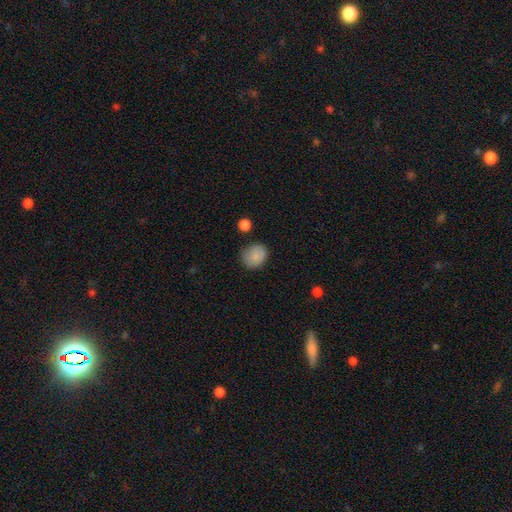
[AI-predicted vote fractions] smooth-or-featured: smooth: 85% | star or artifact: 8% | featured or disk: 6%
  how-rounded: round: 64% | in between: 35% | cigar-shaped: 1%
  merging: none: 78% | minor disturbance: 16% | major disturbance: 3% | merger: 2%